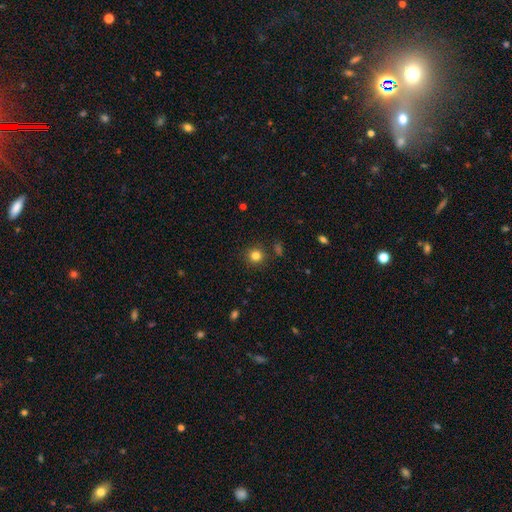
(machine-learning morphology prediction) Smooth or featured? Predicted: smooth (p=0.81). How rounded? Predicted: round (p=0.92). Merging? Predicted: none (p=0.88).